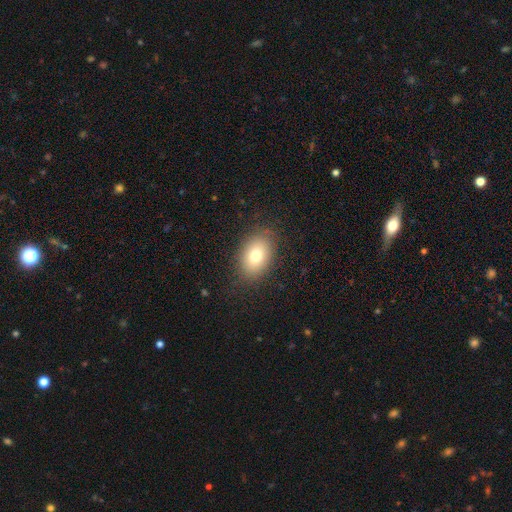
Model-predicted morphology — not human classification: A smooth galaxy with no disk features (76%) that is in between round and cigar-shaped (82%). Merging: none (85%).